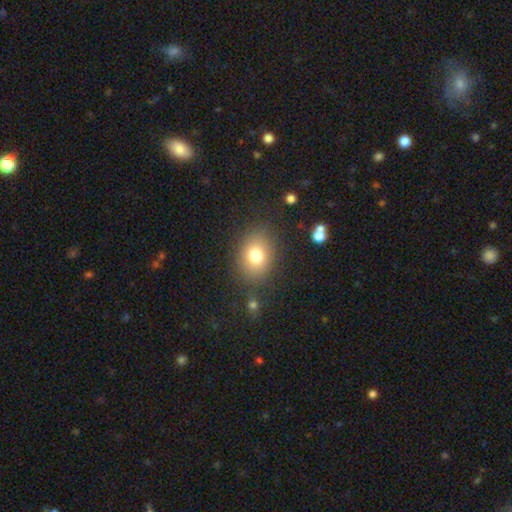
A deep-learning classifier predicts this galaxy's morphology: This appears to be a smooth galaxy with no disk features (77%) that is in between round and cigar-shaped (54%). Merging: none (80%).